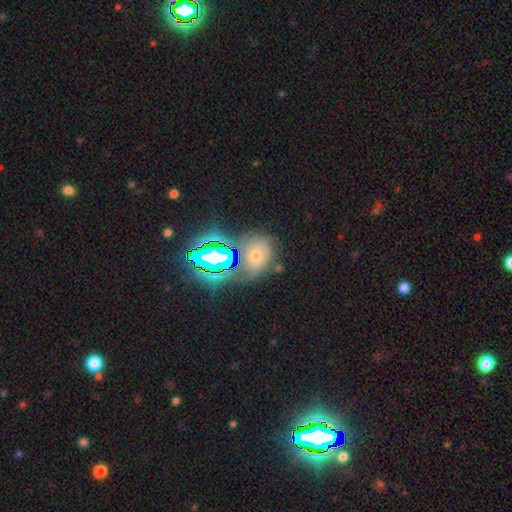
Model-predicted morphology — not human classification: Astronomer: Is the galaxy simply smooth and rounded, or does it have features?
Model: star or artifact — 44% (runner-up: featured or disk, 34%).